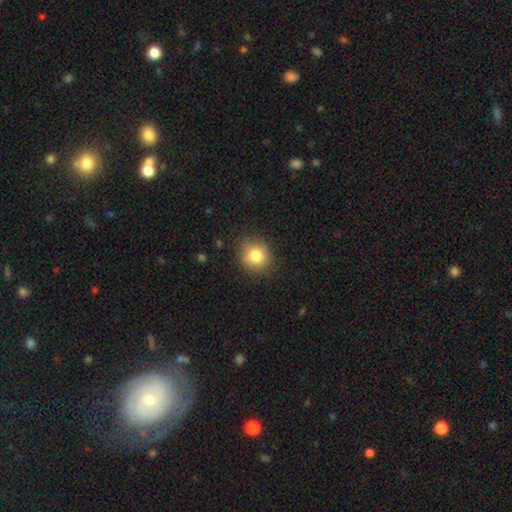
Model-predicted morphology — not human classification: smooth 83%, star or artifact 10%, featured or disk 7%. Down the decision tree: how rounded — round (80%); merging — none (84%).